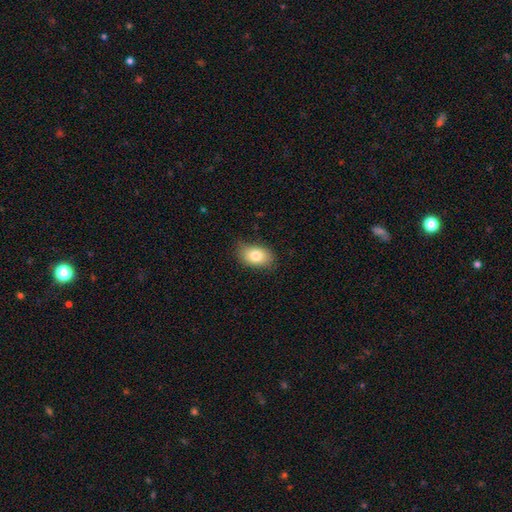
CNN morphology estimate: Overall: smooth (81%). How rounded: in between (86%). Merging: none (74%).